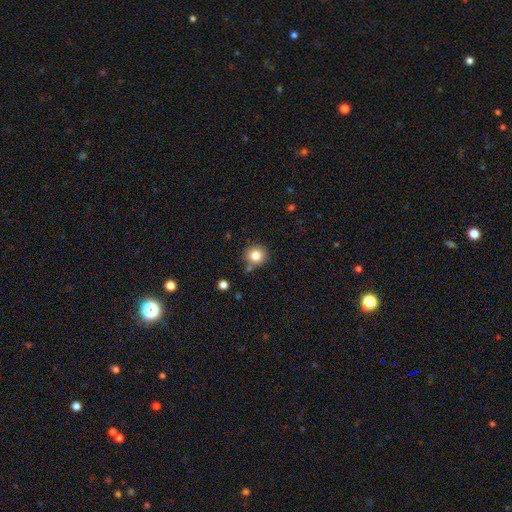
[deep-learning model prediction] Smooth or featured: smooth — 81% (star or artifact — 11%)
How rounded: round — 91% (in between — 8%)
Merging: none — 77% (minor disturbance — 12%)